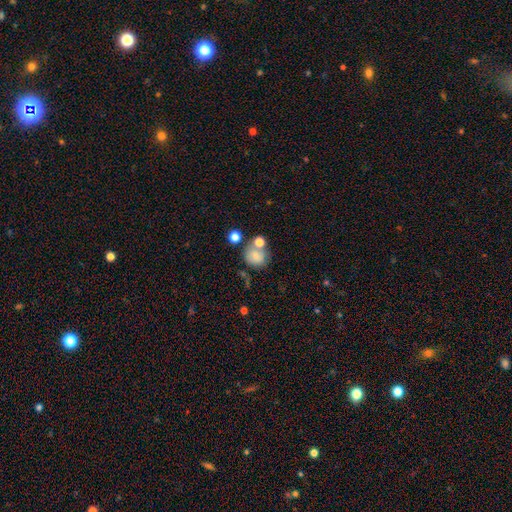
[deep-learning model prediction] The model was most divided on "merging": none: 50%, merger: 28%, minor disturbance: 15%, major disturbance: 8%. More confident: how rounded — round (78%); smooth or featured — smooth (74%).